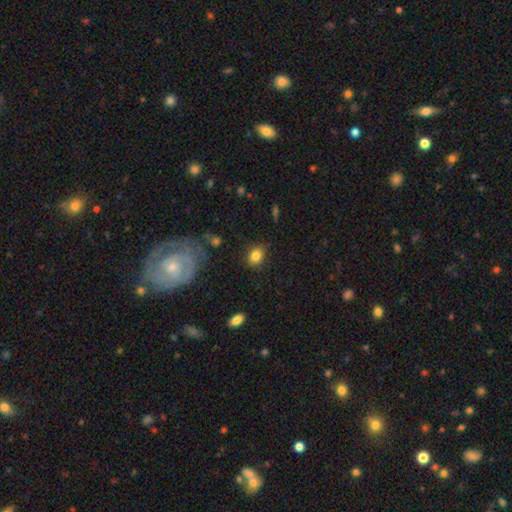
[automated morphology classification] Smooth or featured: smooth — 84% (star or artifact — 10%)
How rounded: round — 50% (in between — 49%)
Merging: none — 85% (minor disturbance — 10%)